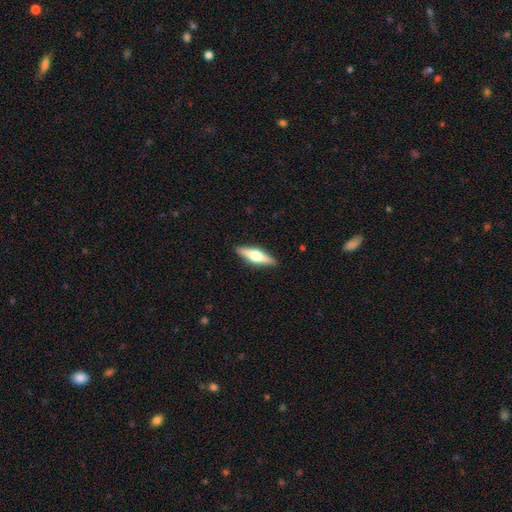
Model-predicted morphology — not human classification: Smooth or featured? Predicted: featured or disk (p=0.59). Edge-on disk? Predicted: yes (p=0.96). Edge-on bulge? Predicted: rounded (p=0.94). Merging? Predicted: none (p=0.90).